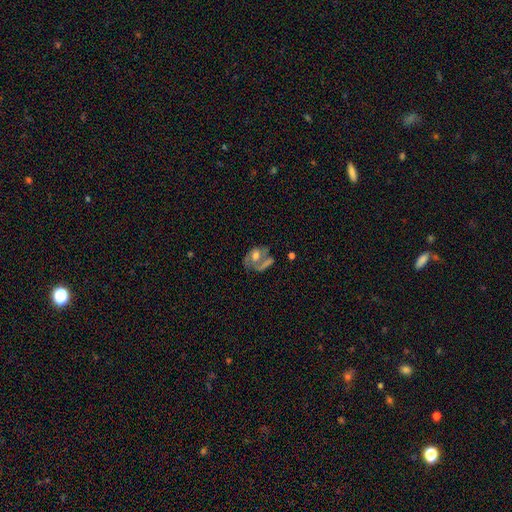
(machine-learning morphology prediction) This appears to be a featured or disk galaxy (51%). Merging: none (29%).